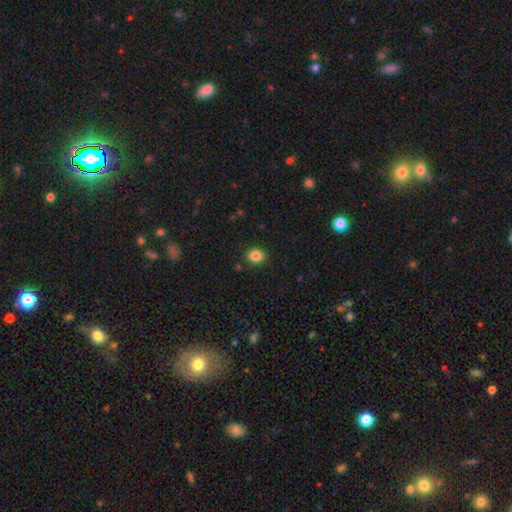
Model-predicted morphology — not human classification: Smooth or featured? Predicted: smooth (p=0.85). How rounded? Predicted: round (p=0.64). Merging? Predicted: none (p=0.88).